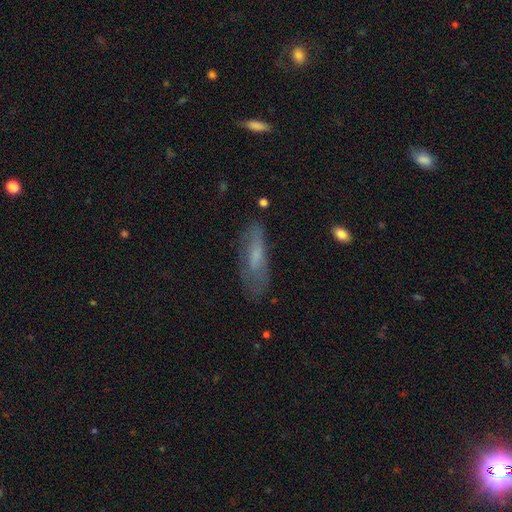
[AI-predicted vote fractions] This is possibly a smooth galaxy (60%). How rounded: possibly cigar-shaped (52%). Merging: likely none (66%).